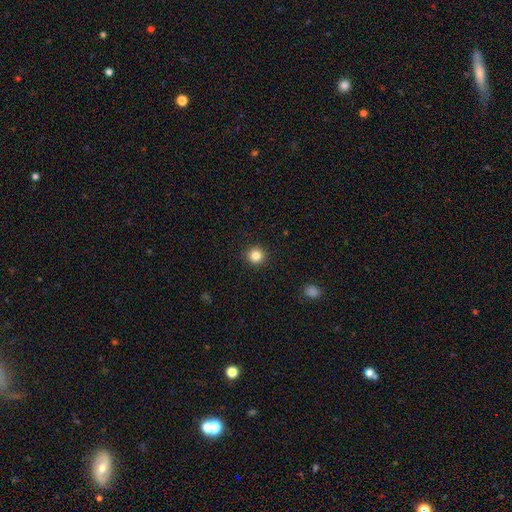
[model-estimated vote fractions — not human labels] smooth 84%, star or artifact 11%, featured or disk 5%. Down the decision tree: how rounded — round (94%); merging — none (92%).